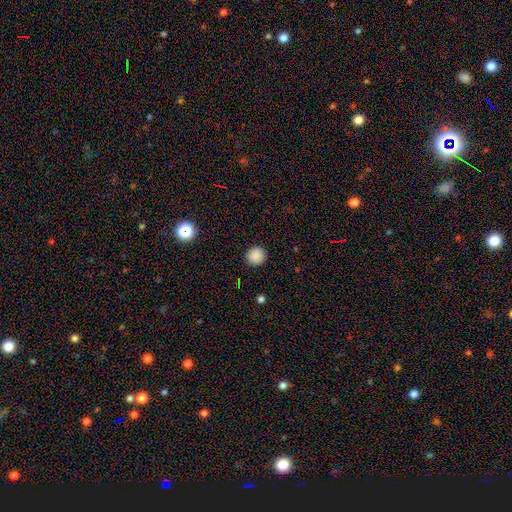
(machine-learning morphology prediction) Smooth or featured? Predicted: smooth (p=0.88). How rounded? Predicted: round (p=0.94). Merging? Predicted: none (p=0.92).